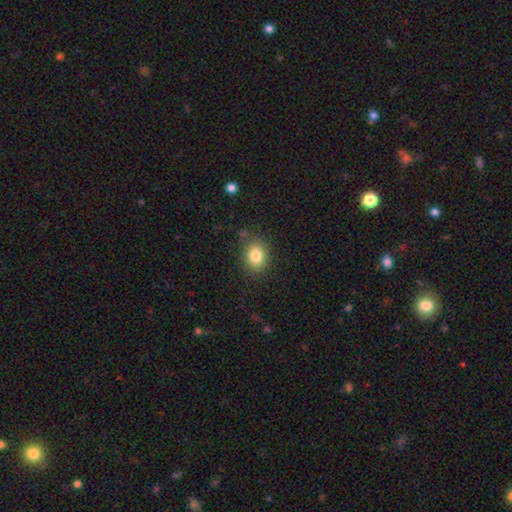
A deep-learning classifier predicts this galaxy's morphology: Smooth or featured: smooth — 82% (star or artifact — 10%)
How rounded: in between — 56% (round — 43%)
Merging: none — 82% (minor disturbance — 12%)